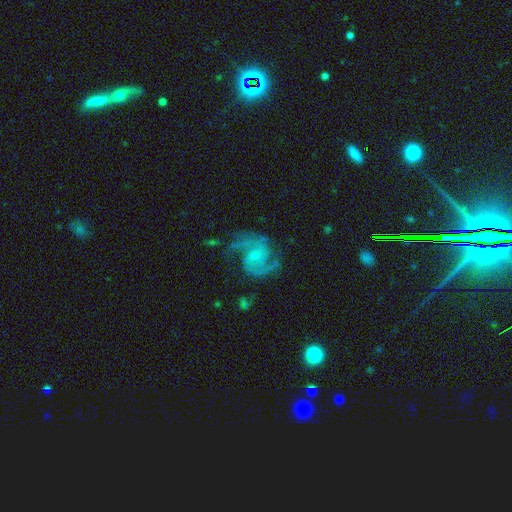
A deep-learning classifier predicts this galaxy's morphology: type=featured or disk (90%); edge-on=no (98%); bar=no (60%); spiral arms=yes (98%); winding=medium (58%); arm count=2 (86%); bulge=small (70%); merging=none (70%).